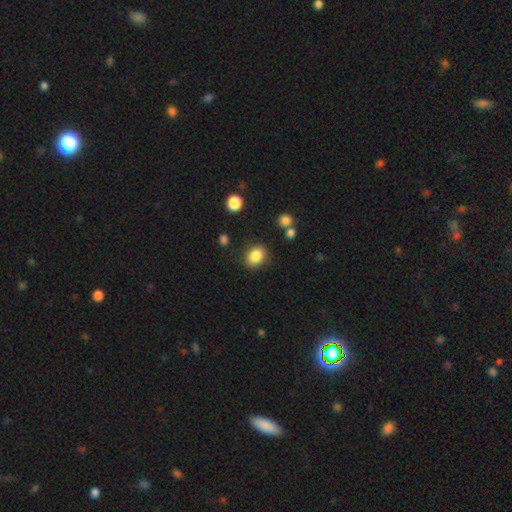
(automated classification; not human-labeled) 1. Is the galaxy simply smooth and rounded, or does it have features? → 86% smooth, 9% star or artifact, 5% featured or disk.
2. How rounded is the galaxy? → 66% in between, 33% round, 1% cigar-shaped.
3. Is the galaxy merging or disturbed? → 82% none, 12% minor disturbance, 4% major disturbance, 3% merger.